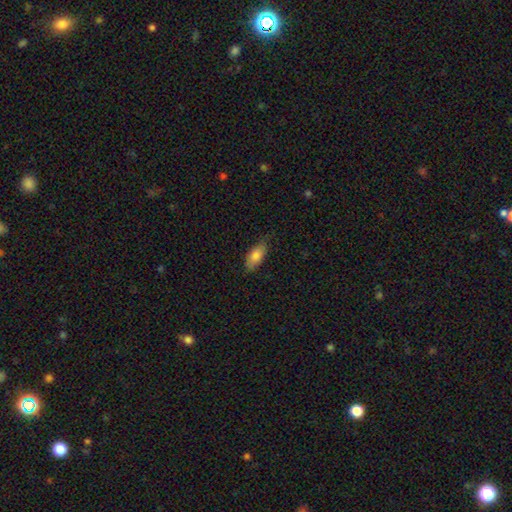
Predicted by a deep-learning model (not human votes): The model was most divided on "merging": none: 73%, minor disturbance: 22%, major disturbance: 4%, merger: 1%. More confident: how rounded — in between (85%); smooth or featured — smooth (81%).